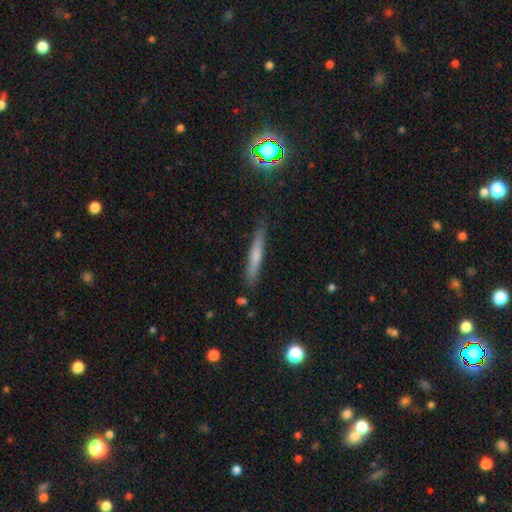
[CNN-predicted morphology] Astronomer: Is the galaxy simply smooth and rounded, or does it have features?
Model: smooth — 56% (runner-up: featured or disk, 36%).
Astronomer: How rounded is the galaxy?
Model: cigar-shaped — 94%.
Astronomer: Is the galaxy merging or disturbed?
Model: none — 86%.